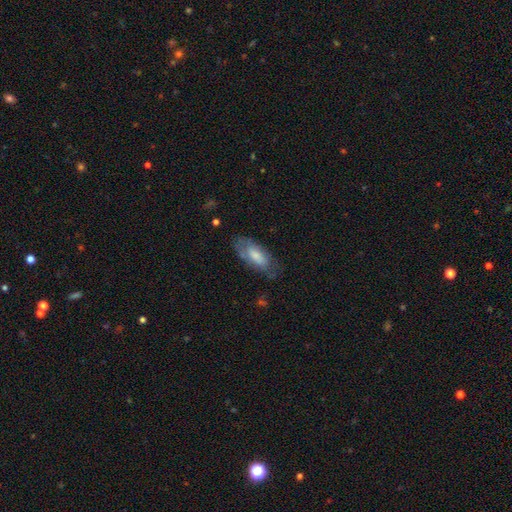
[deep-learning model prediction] The model was most divided on "merging": none: 63%, minor disturbance: 25%, major disturbance: 10%, merger: 2%. More confident: how rounded — in between (83%); smooth or featured — smooth (66%).